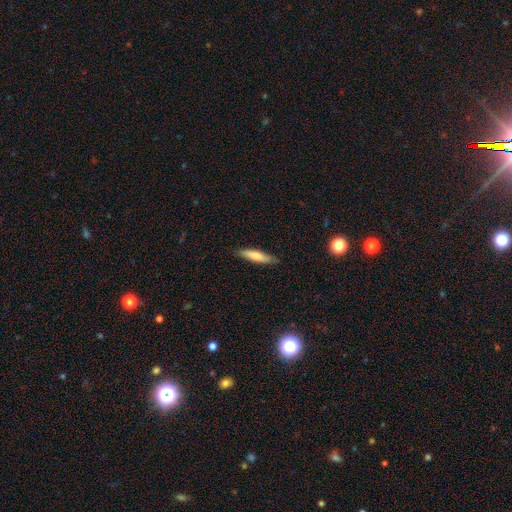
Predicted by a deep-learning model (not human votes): Overall: smooth (74%). How rounded: cigar-shaped (78%). Merging: none (85%).